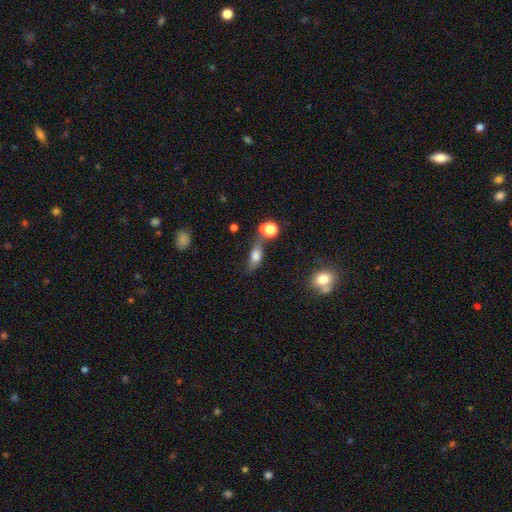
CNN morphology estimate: Smooth or featured: smooth — 68% (featured or disk — 20%)
How rounded: in between — 70% (cigar-shaped — 17%)
Merging: none — 51% (minor disturbance — 20%)